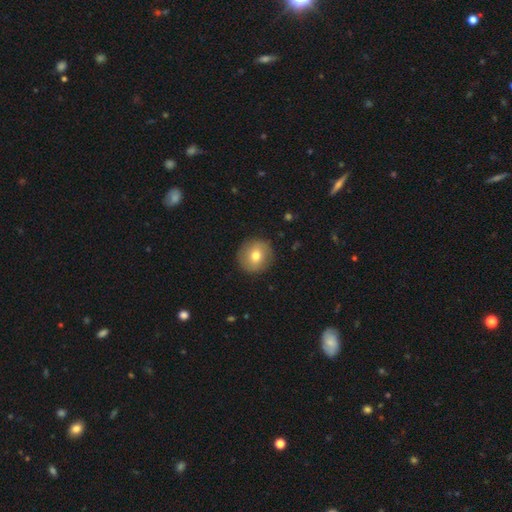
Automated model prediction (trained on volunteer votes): Smooth or featured?
  - smooth: 71% *
  - featured or disk: 21%
  - star or artifact: 8%
How rounded?
  - round: 91% *
  - in between: 8%
  - cigar-shaped: 1%
Merging?
  - none: 89% *
  - minor disturbance: 7%
  - major disturbance: 2%
  - merger: 1%